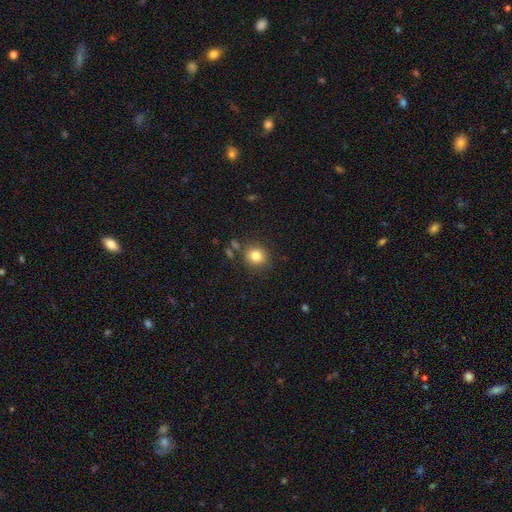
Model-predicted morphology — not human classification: This appears to be a smooth galaxy with no disk features (82%) that is round (82%). Merging: none (83%).